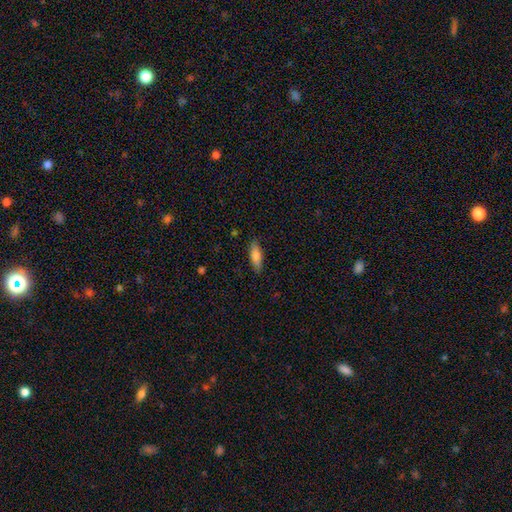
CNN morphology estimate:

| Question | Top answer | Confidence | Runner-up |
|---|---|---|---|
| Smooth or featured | smooth | 81% | featured or disk (13%) |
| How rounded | in between | 59% | cigar-shaped (39%) |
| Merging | none | 85% | minor disturbance (11%) |